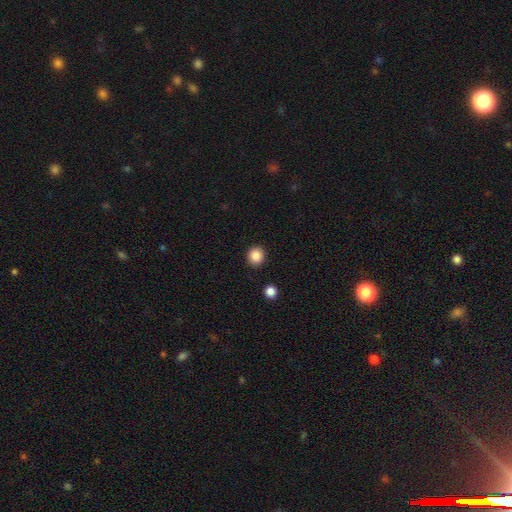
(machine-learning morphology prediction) type=smooth (86%); roundness=round (89%); merging=none (91%).